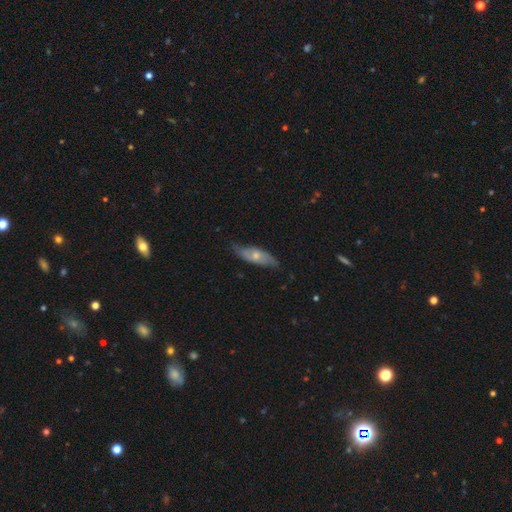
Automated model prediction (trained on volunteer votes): Smooth or featured?
  - featured or disk: 49% *
  - smooth: 45%
  - star or artifact: 6%
Merging?
  - none: 69% *
  - minor disturbance: 25%
  - major disturbance: 5%
  - merger: 1%